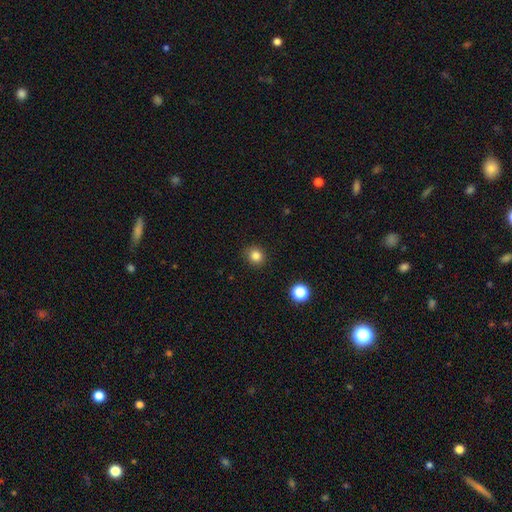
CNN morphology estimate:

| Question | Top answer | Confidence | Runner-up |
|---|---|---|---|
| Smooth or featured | smooth | 83% | star or artifact (12%) |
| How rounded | round | 86% | in between (13%) |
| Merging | none | 88% | minor disturbance (8%) |